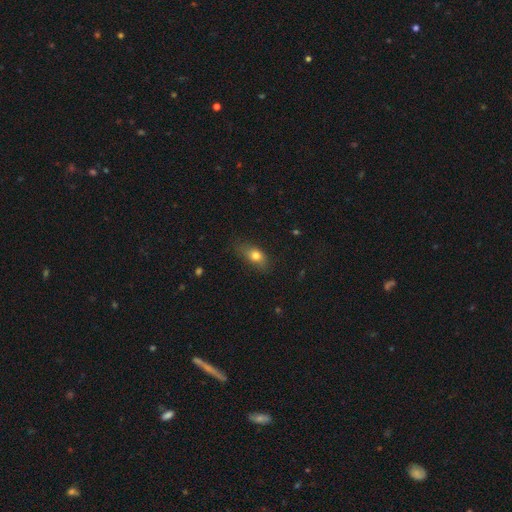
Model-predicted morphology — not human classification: smooth-or-featured: smooth: 76% | featured or disk: 14% | star or artifact: 10%
  how-rounded: in between: 76% | round: 14% | cigar-shaped: 10%
  merging: none: 72% | minor disturbance: 21% | major disturbance: 6% | merger: 1%